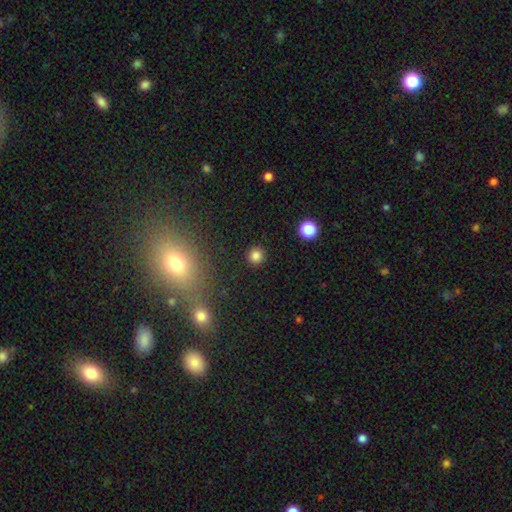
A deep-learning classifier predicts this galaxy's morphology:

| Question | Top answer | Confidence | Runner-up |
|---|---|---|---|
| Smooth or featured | smooth | 83% | star or artifact (13%) |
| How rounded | round | 94% | in between (5%) |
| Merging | none | 91% | minor disturbance (5%) |